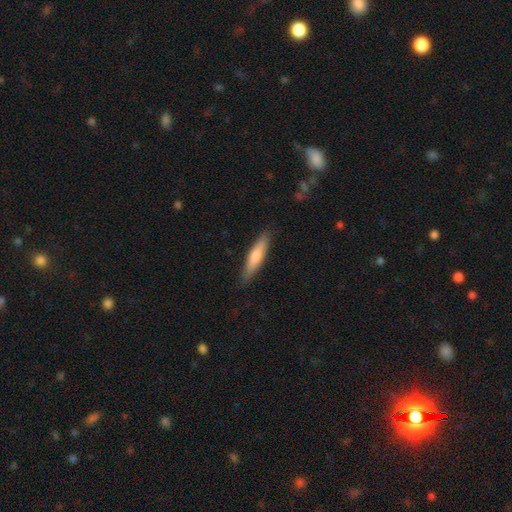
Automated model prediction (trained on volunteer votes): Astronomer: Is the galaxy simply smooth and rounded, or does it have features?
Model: smooth — 68%.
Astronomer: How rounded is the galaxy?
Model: cigar-shaped — 81%.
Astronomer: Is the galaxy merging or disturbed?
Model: none — 87%.